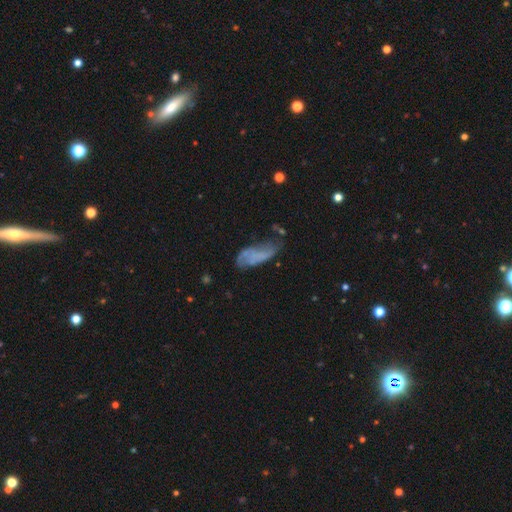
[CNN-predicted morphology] Smooth or featured? featured or disk (46%)
Merging? none (37%)